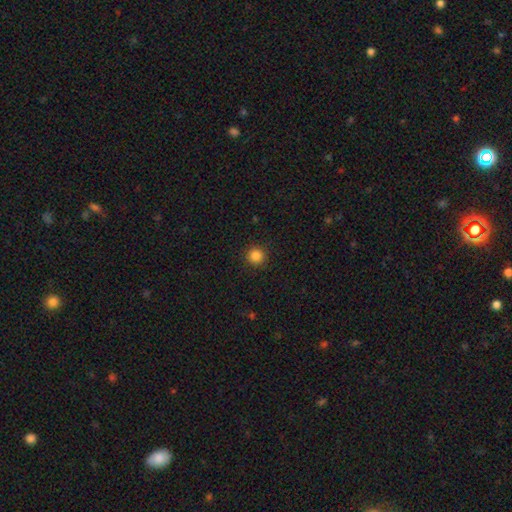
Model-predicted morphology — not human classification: smooth 84%, star or artifact 12%, featured or disk 4%. Down the decision tree: how rounded — round (95%); merging — none (92%).